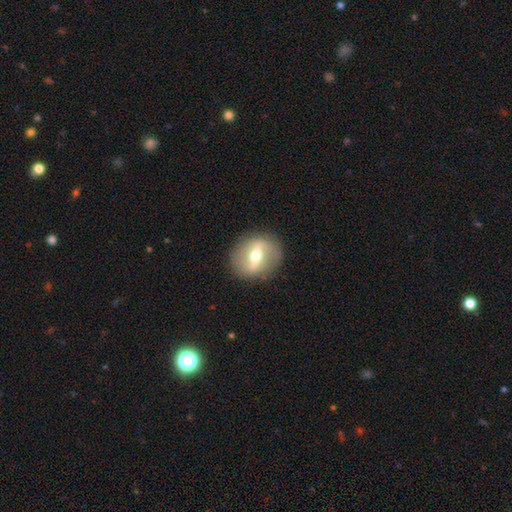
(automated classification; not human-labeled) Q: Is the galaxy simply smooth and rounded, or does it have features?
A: featured or disk — 67%.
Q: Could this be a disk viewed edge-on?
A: no — 84%.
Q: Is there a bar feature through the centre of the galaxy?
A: strong — 62%.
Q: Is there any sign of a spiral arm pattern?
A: no — 63%.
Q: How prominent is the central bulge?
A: moderate — 71%.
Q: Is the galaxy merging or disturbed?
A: none — 86%.